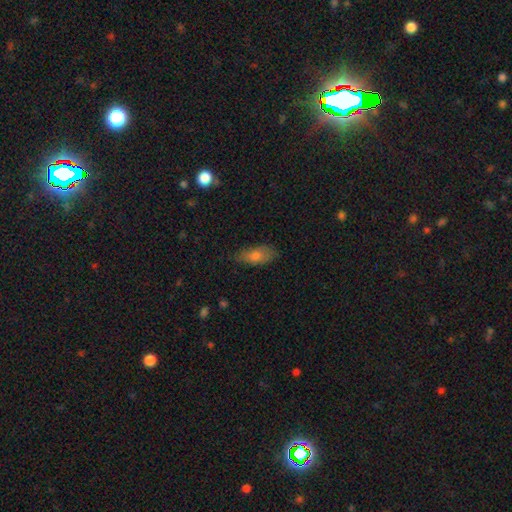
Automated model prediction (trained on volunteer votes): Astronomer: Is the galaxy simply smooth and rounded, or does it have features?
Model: smooth — 72%.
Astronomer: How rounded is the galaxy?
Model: in between — 78%.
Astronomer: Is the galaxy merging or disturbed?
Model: none — 74%.